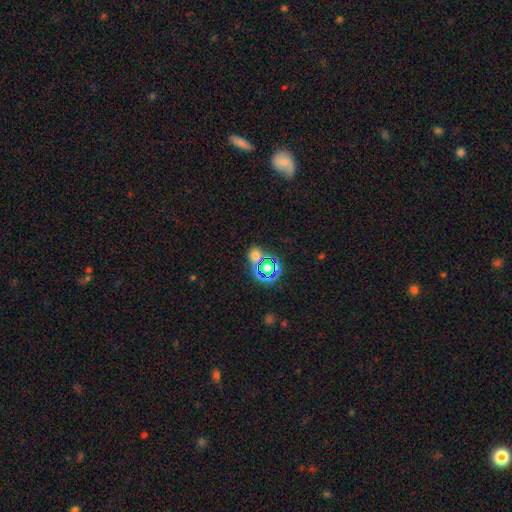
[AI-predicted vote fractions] Smooth or featured? Predicted: smooth (p=0.53). How rounded? Predicted: round (p=0.68). Merging? Predicted: none (p=0.70).